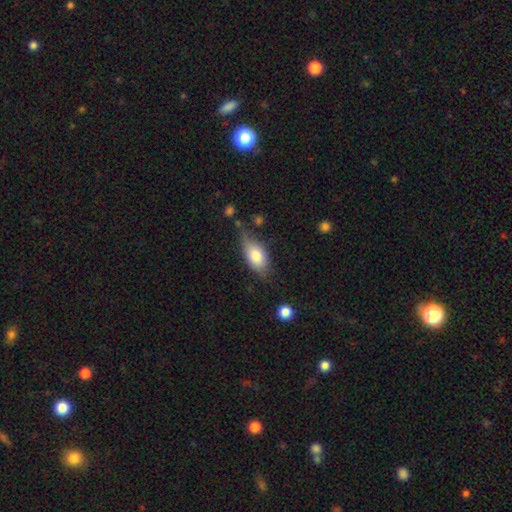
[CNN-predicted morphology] This is likely a smooth galaxy (75%). How rounded: clearly in between (88%). Merging: possibly none (53%).